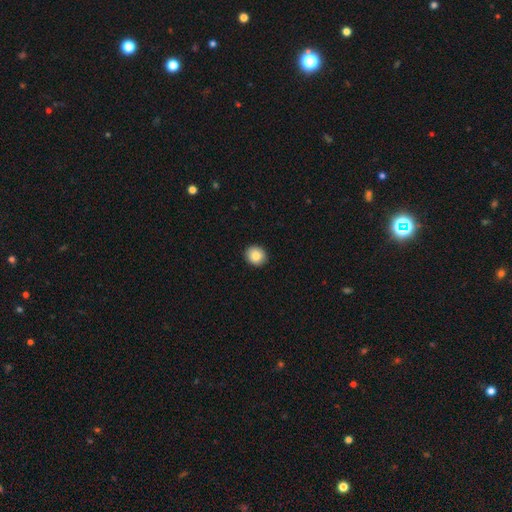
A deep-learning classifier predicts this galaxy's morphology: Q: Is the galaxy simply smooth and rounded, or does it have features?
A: smooth — 86%.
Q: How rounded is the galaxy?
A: round — 82%.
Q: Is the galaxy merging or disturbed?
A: none — 92%.